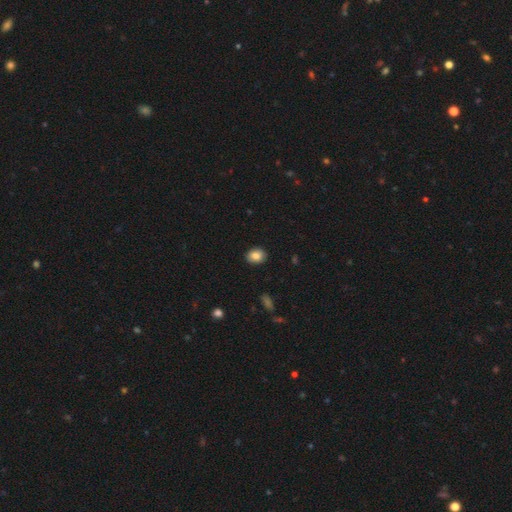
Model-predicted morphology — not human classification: Q: Smooth or featured?
A: smooth (84%); runner-up: star or artifact (8%)
Q: How rounded?
A: in between (56%); runner-up: round (43%)
Q: Merging?
A: none (89%); runner-up: minor disturbance (8%)